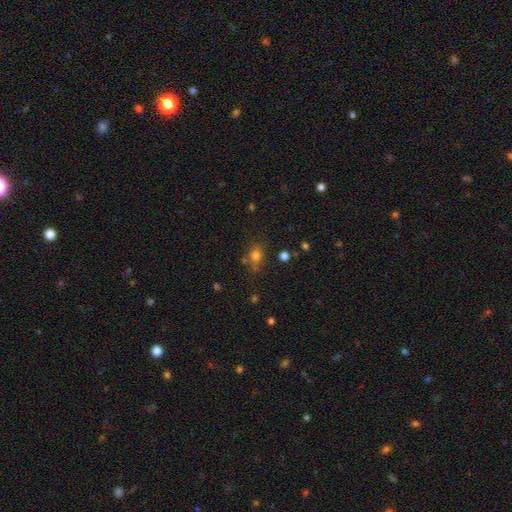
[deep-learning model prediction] This is likely a smooth galaxy (75%). How rounded: possibly round (57%). Merging: likely none (69%).